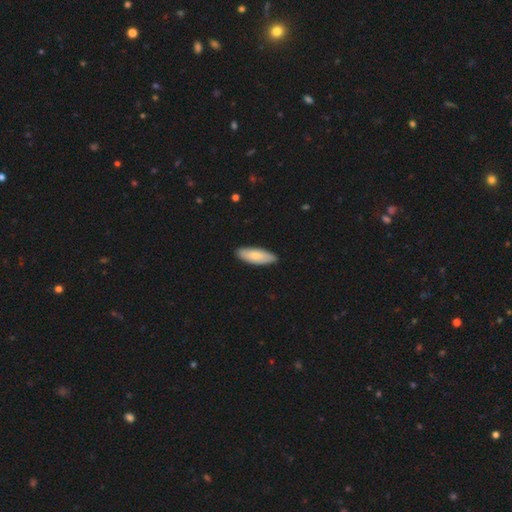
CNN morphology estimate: A smooth galaxy with no disk features (74%) that is in between round and cigar-shaped (69%).

Vote fractions:
- Smooth or featured? smooth: 74% / featured or disk: 21% / star or artifact: 5%
- How rounded? in between: 69% / cigar-shaped: 29% / round: 2%
- Merging? none: 86% / minor disturbance: 11% / major disturbance: 2% / merger: 1%